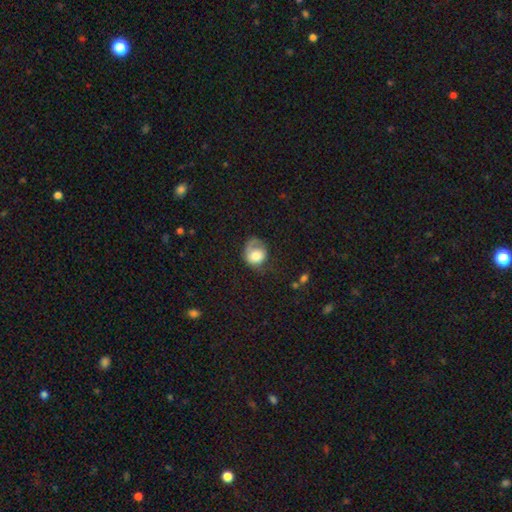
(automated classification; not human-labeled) A smooth galaxy with no disk features (69%) that is round (62%). Merging: major disturbance (35%).